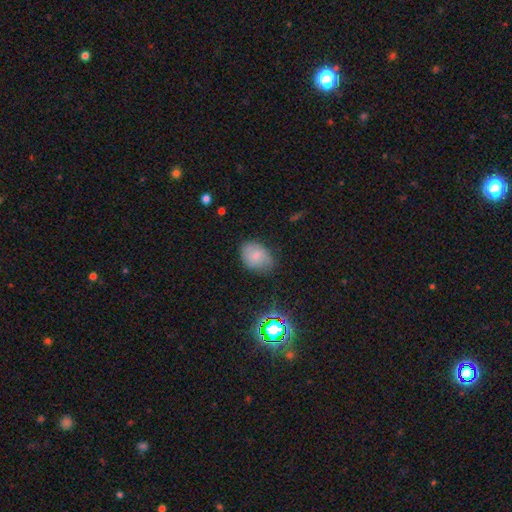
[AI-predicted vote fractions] Overall: smooth (72%). How rounded: in between (74%). Merging: none (69%).